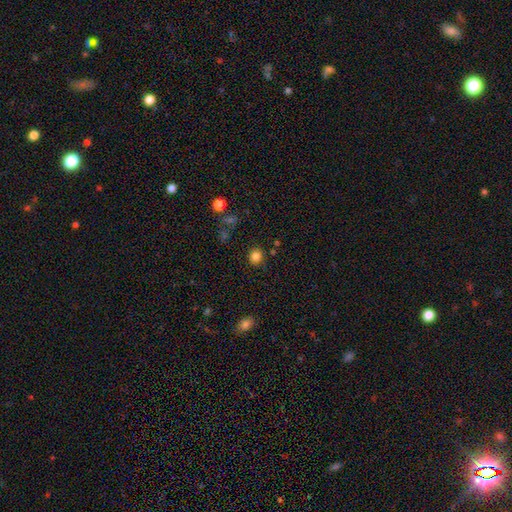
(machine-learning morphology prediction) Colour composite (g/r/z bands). It shows a smooth galaxy with no disk features (83%) that is round (87%). Merging: none (88%).